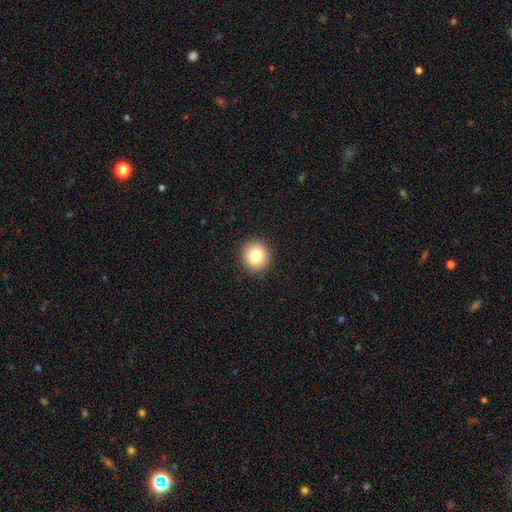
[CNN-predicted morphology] A smooth galaxy with no disk features (83%) that is round (90%).

Vote fractions:
- Smooth or featured? smooth: 83% / star or artifact: 9% / featured or disk: 8%
- How rounded? round: 90% / in between: 9% / cigar-shaped: 1%
- Merging? none: 92% / minor disturbance: 6% / major disturbance: 2% / merger: 1%